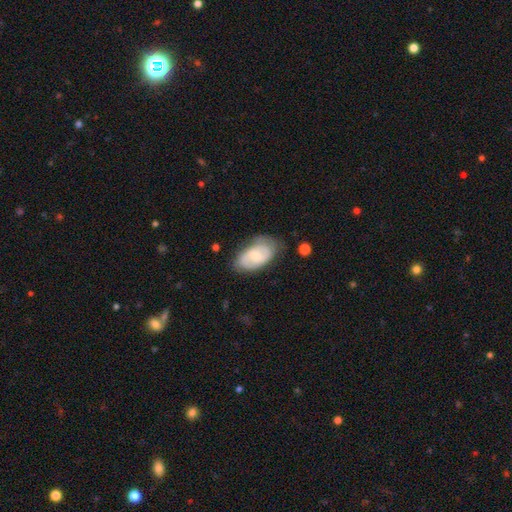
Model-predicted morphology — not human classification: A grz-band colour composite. It shows a featured or disk galaxy (54%) with no bar (58%), spiral arms (76%) and a small central bulge (52%). Merging: none (67%).